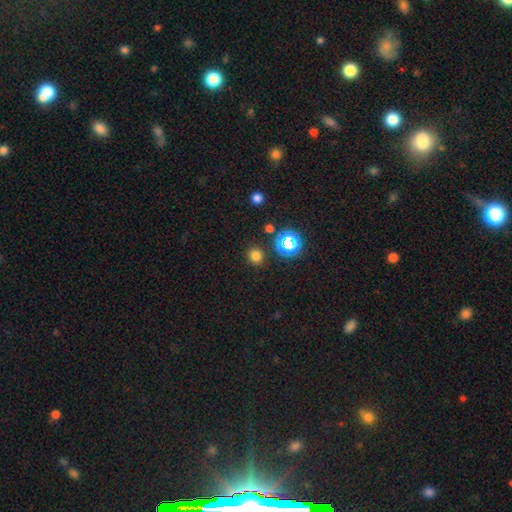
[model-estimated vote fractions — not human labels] The model was most divided on "smooth or featured": smooth: 74%, star or artifact: 22%, featured or disk: 5%. More confident: how rounded — round (89%); merging — none (88%).